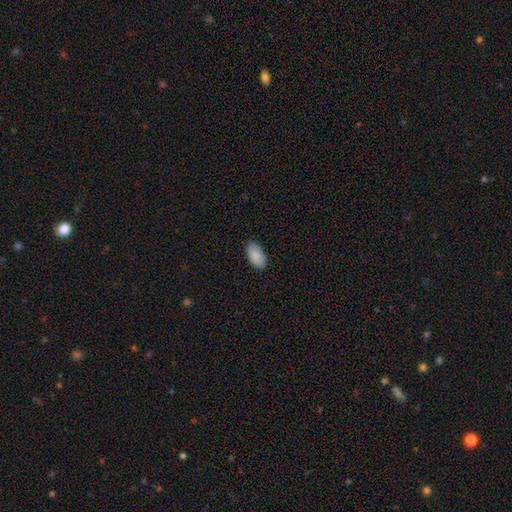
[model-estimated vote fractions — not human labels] Smooth or featured: smooth — 90% (star or artifact — 6%)
How rounded: in between — 95% (cigar-shaped — 3%)
Merging: none — 85% (minor disturbance — 12%)